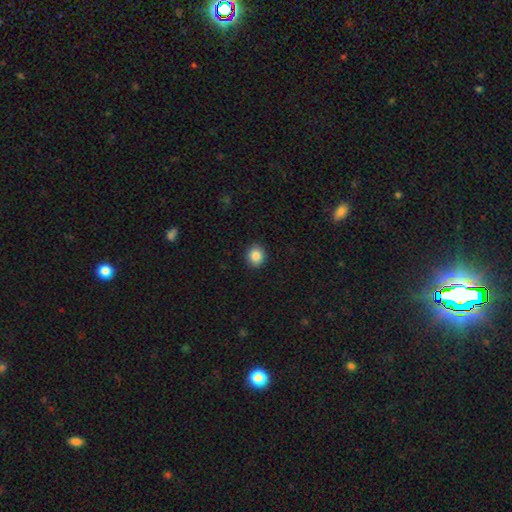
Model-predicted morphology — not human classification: Smooth or featured: smooth — 86% (star or artifact — 9%)
How rounded: round — 83% (in between — 16%)
Merging: none — 92% (minor disturbance — 5%)